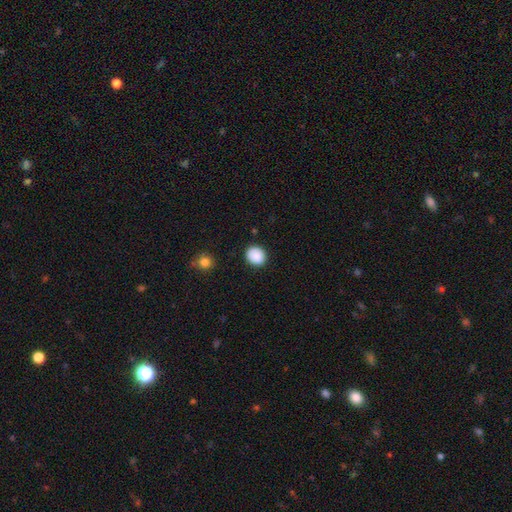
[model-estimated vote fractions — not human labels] This appears to be a smooth galaxy with no disk features (88%) that is round (77%). Merging: none (87%).